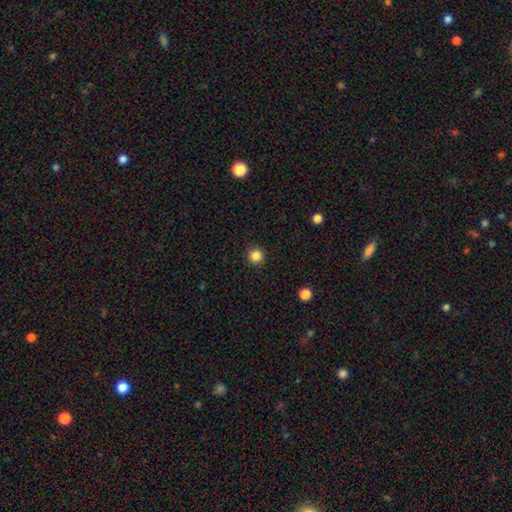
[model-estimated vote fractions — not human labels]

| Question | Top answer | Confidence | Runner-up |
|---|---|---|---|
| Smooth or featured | smooth | 85% | star or artifact (12%) |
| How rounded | round | 95% | in between (5%) |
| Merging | none | 93% | minor disturbance (5%) |